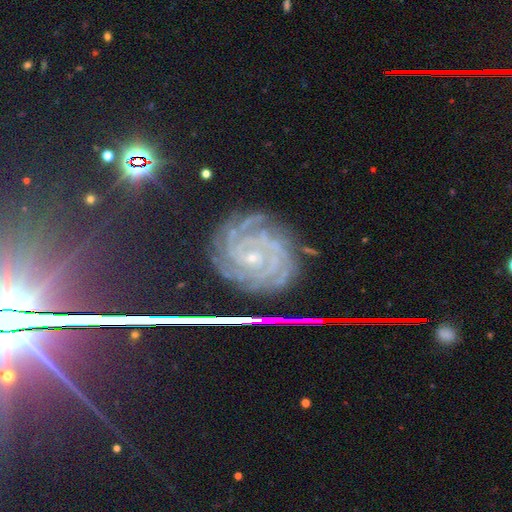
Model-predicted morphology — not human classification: type=featured or disk (85%); edge-on=no (97%); bar=no (64%); spiral arms=yes (99%); winding=tight (83%); arm count=4 (26%); bulge=small (81%); merging=none (78%).